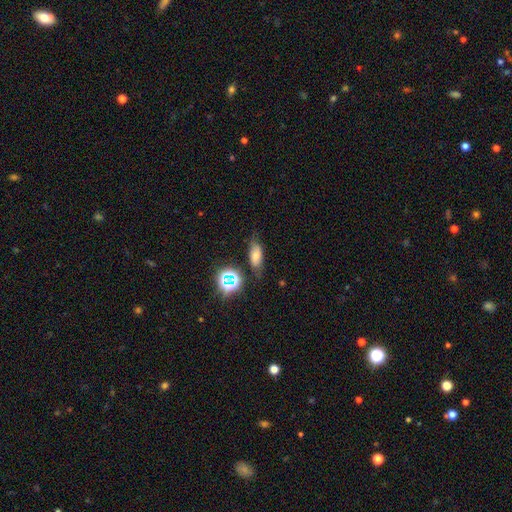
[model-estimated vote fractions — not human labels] Smooth or featured?
  - smooth: 67% *
  - star or artifact: 17%
  - featured or disk: 16%
How rounded?
  - in between: 76% *
  - cigar-shaped: 16%
  - round: 8%
Merging?
  - none: 71% *
  - minor disturbance: 20%
  - major disturbance: 6%
  - merger: 3%